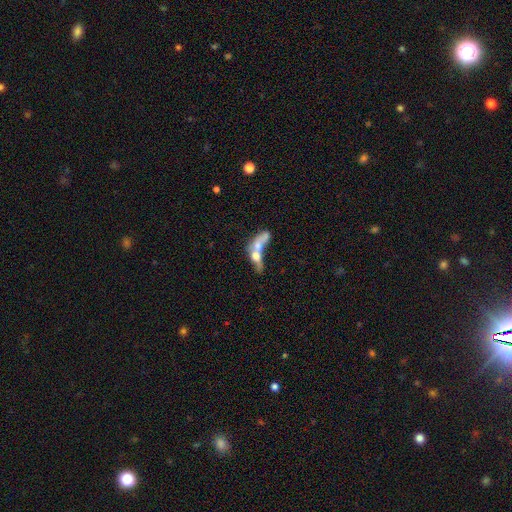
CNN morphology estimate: Q: Smooth or featured?
A: smooth (48%); runner-up: featured or disk (42%)
Q: Merging?
A: merger (72%); runner-up: major disturbance (12%)